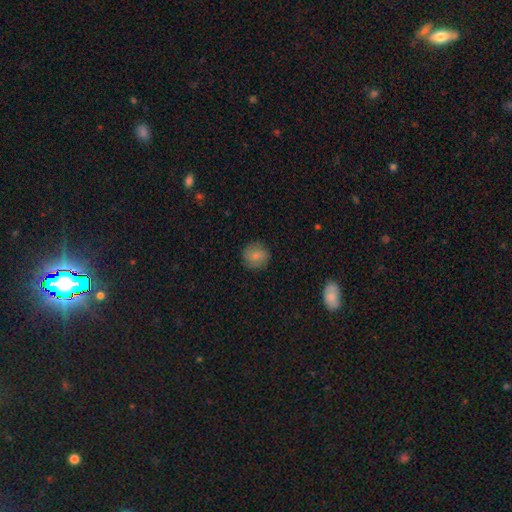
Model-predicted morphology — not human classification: Smooth or featured? Predicted: smooth (p=0.81). How rounded? Predicted: round (p=0.90). Merging? Predicted: none (p=0.87).